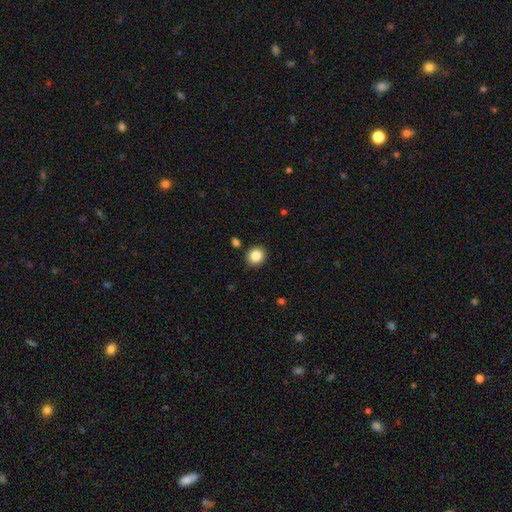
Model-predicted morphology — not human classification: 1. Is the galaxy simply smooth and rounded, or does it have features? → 86% smooth, 10% star or artifact, 5% featured or disk.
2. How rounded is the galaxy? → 78% round, 21% in between, 1% cigar-shaped.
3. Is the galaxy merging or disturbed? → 89% none, 7% minor disturbance, 2% merger, 2% major disturbance.